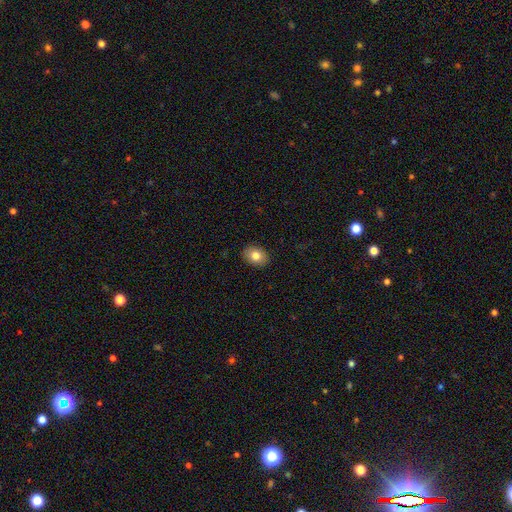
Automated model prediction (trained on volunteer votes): smooth_or_featured: smooth (p=0.82) [alt: featured or disk p=0.10]
how_rounded: in between (p=0.62) [alt: round p=0.37]
merging: none (p=0.90) [alt: minor disturbance p=0.07]